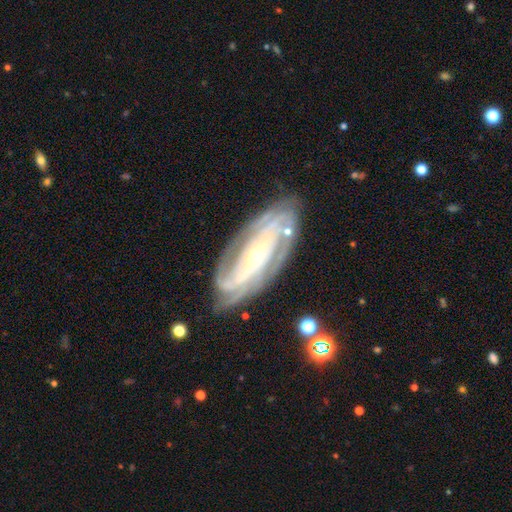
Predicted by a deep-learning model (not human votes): The model was most divided on "spiral arm count": can't tell: 26%, 3: 22%, 4: 21%, 2: 17%, more than 4: 8%, 1: 6%. More confident: spiral arms — yes (96%); edge-on disk — no (91%); smooth or featured — featured or disk (88%); merging — none (77%); bulge size — small (73%); spiral winding — tight (71%); bar — no (59%).